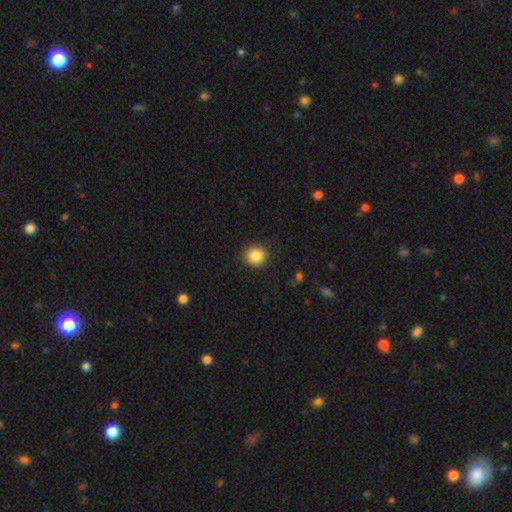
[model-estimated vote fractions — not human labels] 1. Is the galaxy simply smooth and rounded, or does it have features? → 85% smooth, 10% star or artifact, 5% featured or disk.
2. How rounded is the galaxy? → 87% round, 12% in between, 1% cigar-shaped.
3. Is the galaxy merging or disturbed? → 90% none, 7% minor disturbance, 2% major disturbance, 1% merger.